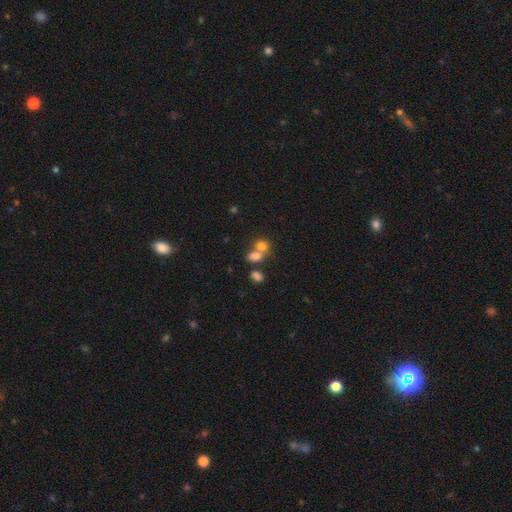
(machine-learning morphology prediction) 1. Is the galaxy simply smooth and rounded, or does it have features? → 76% smooth, 12% star or artifact, 11% featured or disk.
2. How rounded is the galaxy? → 65% in between, 33% round, 2% cigar-shaped.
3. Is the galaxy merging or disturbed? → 54% merger, 33% none, 8% minor disturbance, 4% major disturbance.